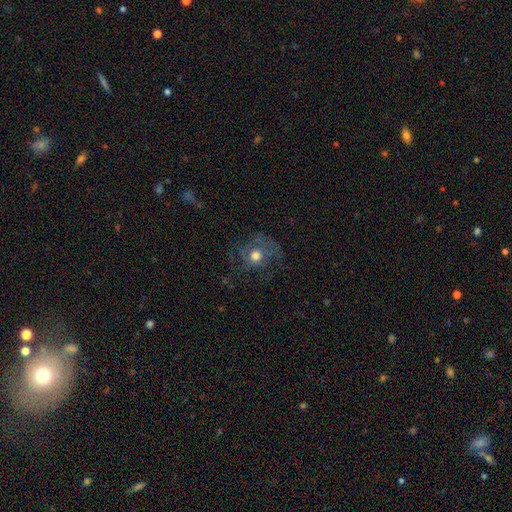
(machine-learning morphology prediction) The model was most divided on "smooth or featured": smooth: 45%, featured or disk: 43%, star or artifact: 12%. More confident: merging — none (56%).